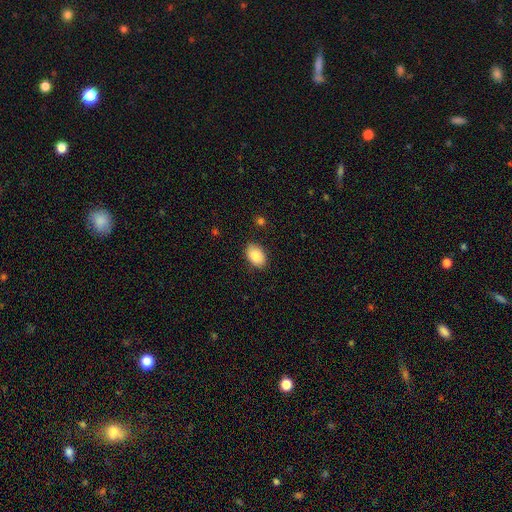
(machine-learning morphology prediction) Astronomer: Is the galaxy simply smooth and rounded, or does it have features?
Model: smooth — 87%.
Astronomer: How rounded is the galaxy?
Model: in between — 87%.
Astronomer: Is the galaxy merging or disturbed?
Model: none — 86%.